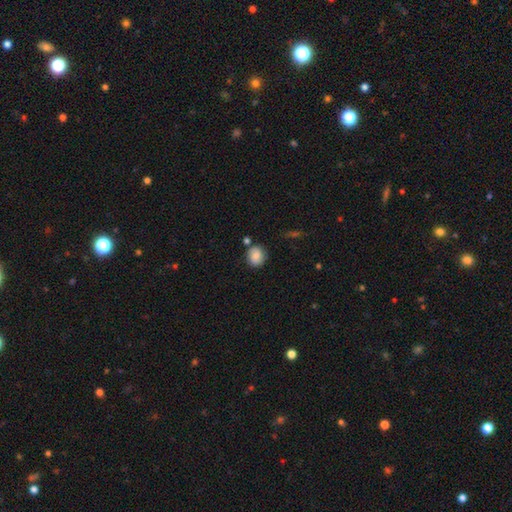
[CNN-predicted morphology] This is likely a smooth galaxy (79%). How rounded: likely round (72%). Merging: likely none (73%).